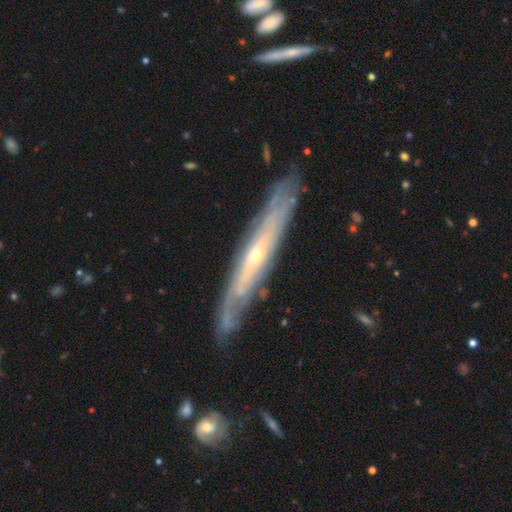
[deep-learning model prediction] This appears to be a featured or disk galaxy (80%) viewed edge-on (64%) with a rounded central bulge (59%). Merging: none (80%).